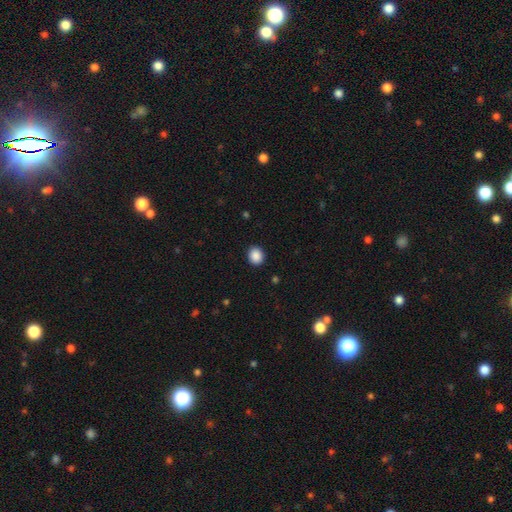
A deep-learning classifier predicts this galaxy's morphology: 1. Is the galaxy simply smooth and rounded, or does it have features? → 89% smooth, 8% star or artifact, 3% featured or disk.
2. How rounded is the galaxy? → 65% round, 34% in between, 1% cigar-shaped.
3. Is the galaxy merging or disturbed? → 92% none, 6% minor disturbance, 2% major disturbance, 1% merger.